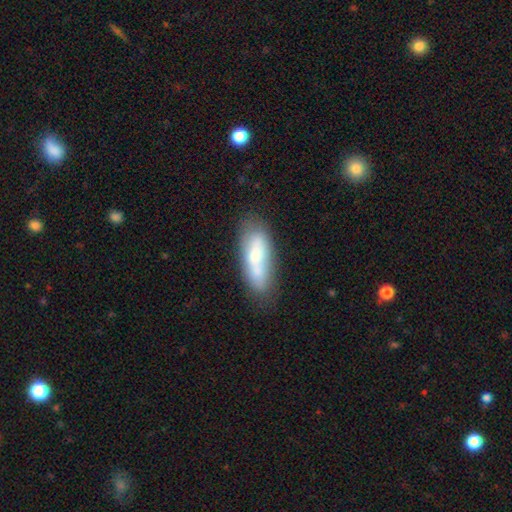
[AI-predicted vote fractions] Overall: smooth (60%; featured or disk 32%). How rounded: in between (60%; cigar-shaped 37%). Merging: none (59%; minor disturbance 21%).